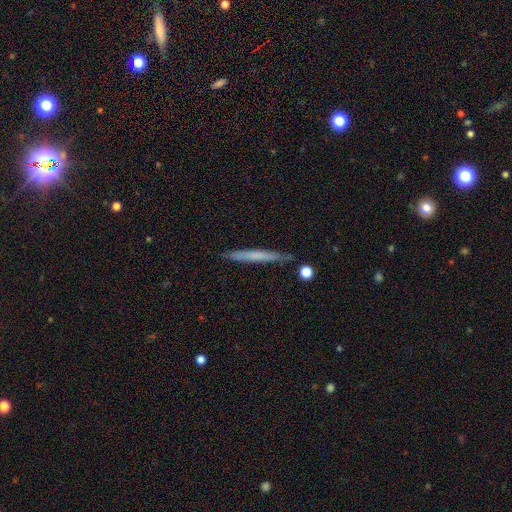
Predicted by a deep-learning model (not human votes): Smooth or featured? Predicted: smooth (p=0.57). How rounded? Predicted: cigar-shaped (p=0.97). Merging? Predicted: none (p=0.87).